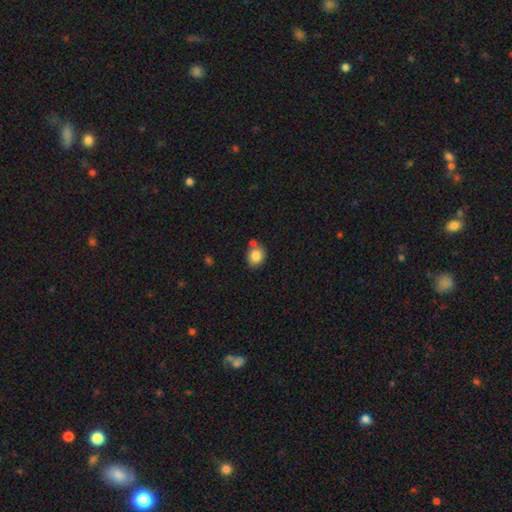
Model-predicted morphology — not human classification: This appears to be a smooth galaxy with no disk features (85%) that is round (67%). Merging: none (66%).